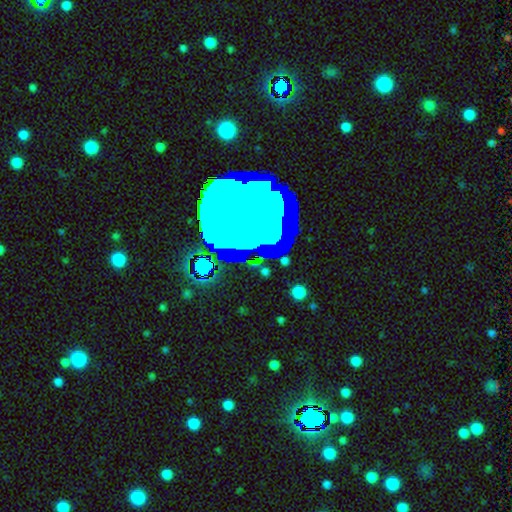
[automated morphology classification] The model was most divided on "smooth or featured": star or artifact: 77%, smooth: 13%, featured or disk: 10%.